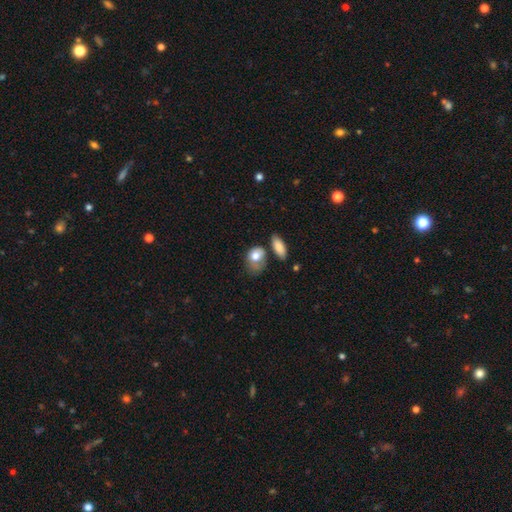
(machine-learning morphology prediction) smooth 79%, featured or disk 14%, star or artifact 7%. Down the decision tree: how rounded — in between (70%); merging — minor disturbance (32%, tied with none).